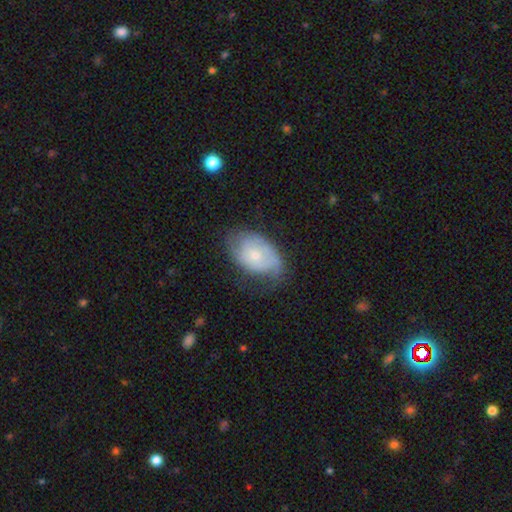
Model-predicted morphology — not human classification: Smooth or featured? featured or disk (53%)
Edge-on disk? no (96%)
Bar? no (77%)
Spiral arms? yes (76%)
Bulge size? small (63%)
Merging? none (51%)